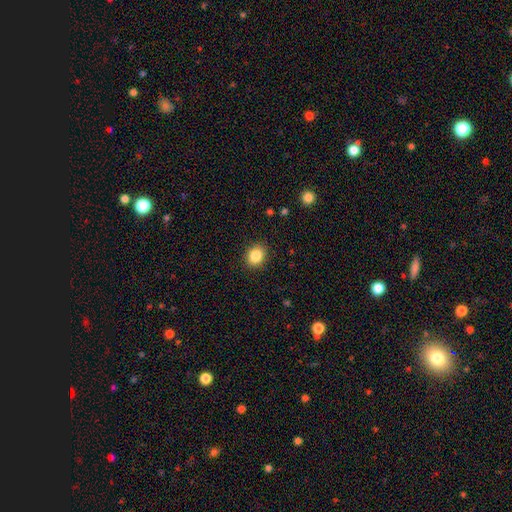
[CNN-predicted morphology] type=smooth (86%); roundness=round (54%); merging=none (89%).